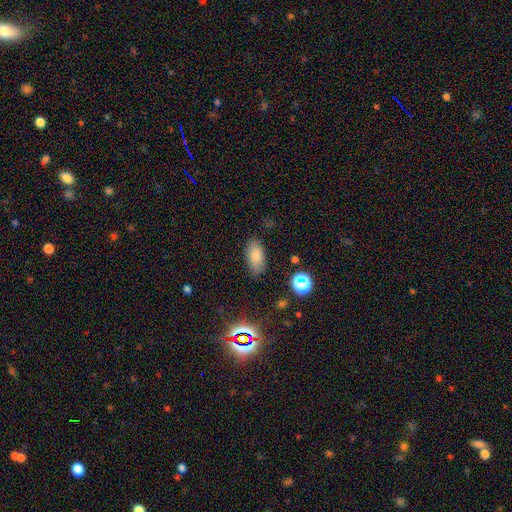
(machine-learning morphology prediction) This appears to be a smooth galaxy with no disk features (79%) that is in between round and cigar-shaped (90%). Merging: none (80%).